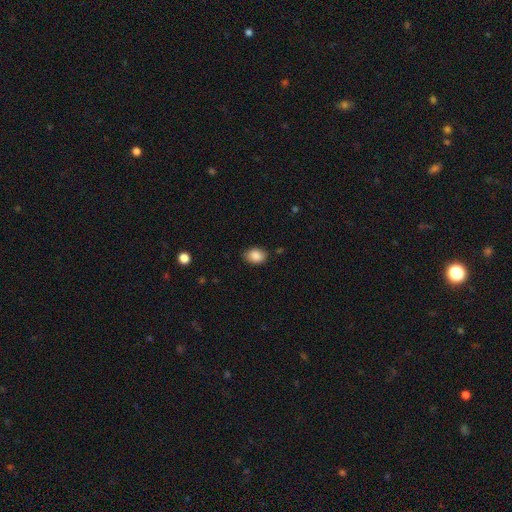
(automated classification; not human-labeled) smooth_or_featured: smooth (p=0.88) [alt: star or artifact p=0.08]
how_rounded: in between (p=0.76) [alt: round p=0.23]
merging: none (p=0.79) [alt: minor disturbance p=0.16]